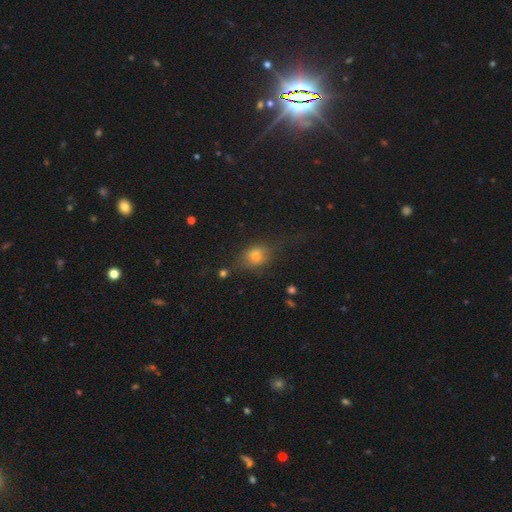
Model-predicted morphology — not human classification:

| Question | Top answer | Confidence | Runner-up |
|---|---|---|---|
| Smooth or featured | smooth | 66% | featured or disk (18%) |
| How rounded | in between | 53% | round (42%) |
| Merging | none | 60% | minor disturbance (22%) |